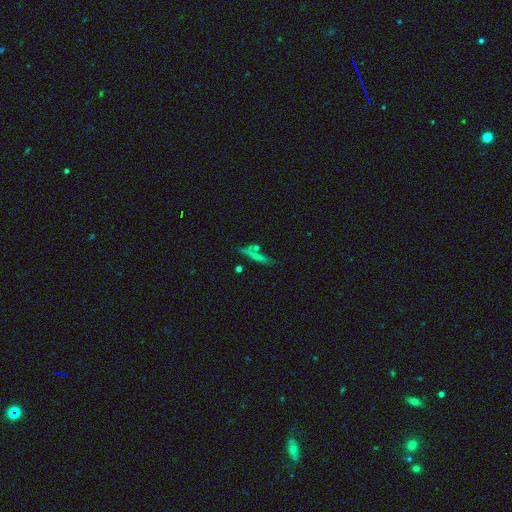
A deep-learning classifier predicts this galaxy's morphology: Smooth or featured?
  - smooth: 58% *
  - featured or disk: 27%
  - star or artifact: 15%
How rounded?
  - cigar-shaped: 83% *
  - in between: 12%
  - round: 5%
Merging?
  - none: 70% *
  - minor disturbance: 15%
  - merger: 10%
  - major disturbance: 5%